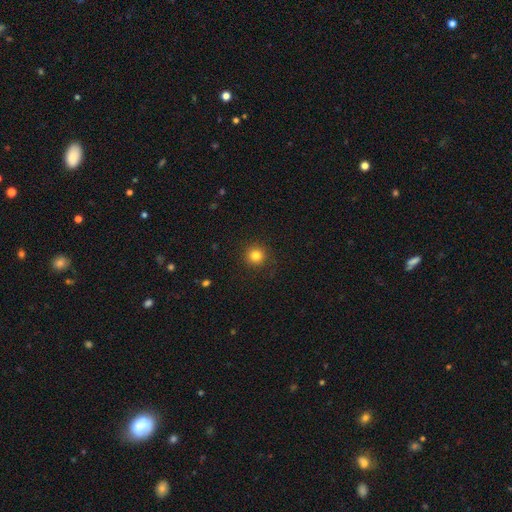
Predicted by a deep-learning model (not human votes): This is clearly a smooth galaxy (82%). How rounded: clearly round (95%). Merging: clearly none (91%).